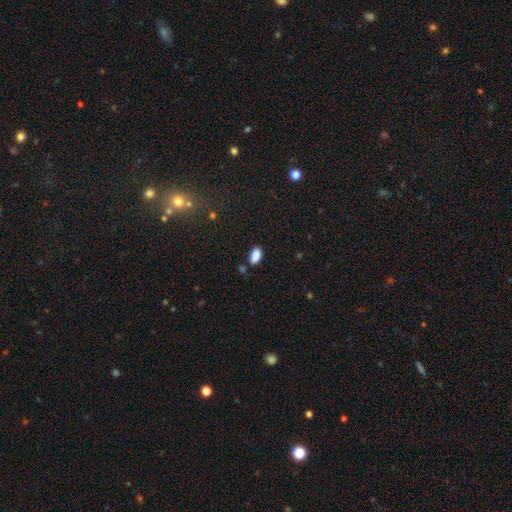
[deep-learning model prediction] A smooth galaxy with no disk features (88%) that is in between round and cigar-shaped (93%). Merging: none (79%).